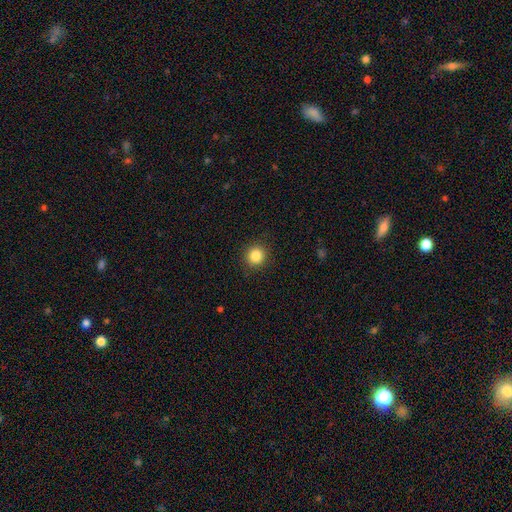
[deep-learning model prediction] This is clearly a smooth galaxy (85%). How rounded: clearly round (91%). Merging: clearly none (91%).